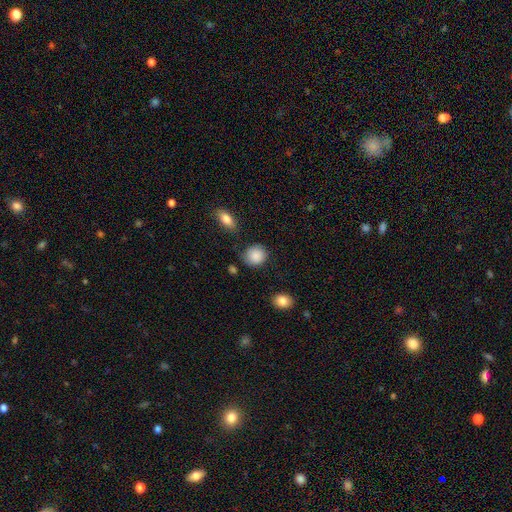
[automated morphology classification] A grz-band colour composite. It shows a smooth galaxy with no disk features (88%) that is round (81%). Merging: none (74%).